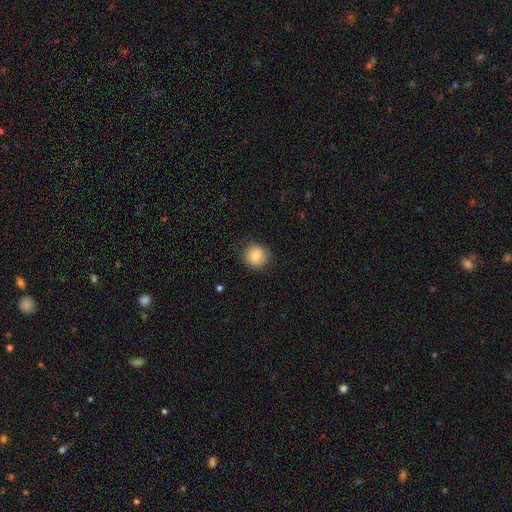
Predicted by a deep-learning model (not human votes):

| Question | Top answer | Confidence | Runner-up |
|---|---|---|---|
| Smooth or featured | smooth | 84% | star or artifact (8%) |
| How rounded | round | 87% | in between (12%) |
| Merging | none | 79% | minor disturbance (16%) |